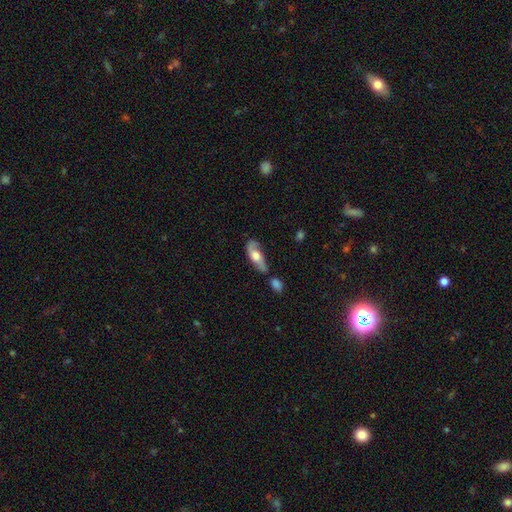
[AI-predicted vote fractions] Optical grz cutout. It shows a featured or disk galaxy (47%, tied with smooth). Merging: none (50%).